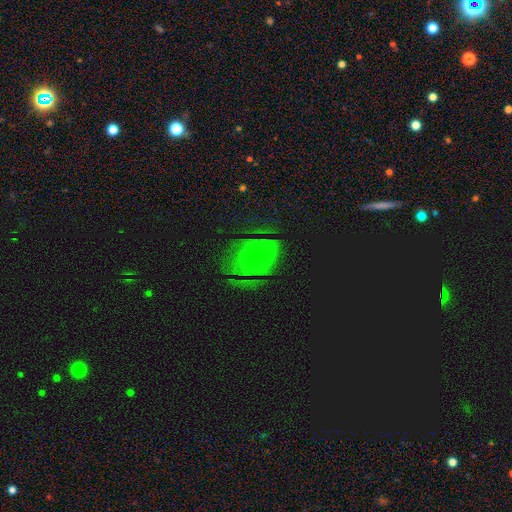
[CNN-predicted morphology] smooth_or_featured: featured or disk (p=0.46) [alt: smooth p=0.31]
merging: none (p=0.62) [alt: minor disturbance p=0.20]